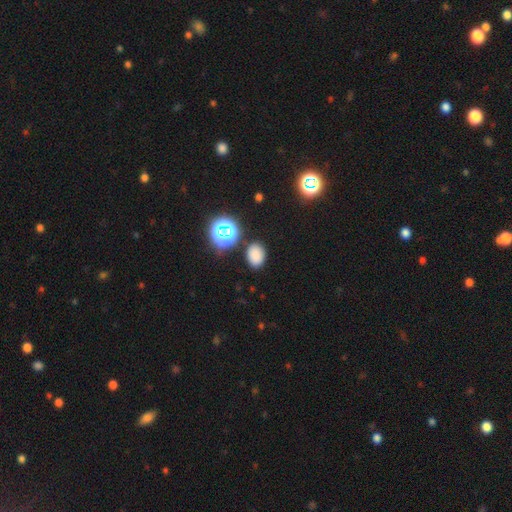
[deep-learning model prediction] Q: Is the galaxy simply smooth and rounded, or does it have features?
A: smooth — 77%.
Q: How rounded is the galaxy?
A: in between — 73%.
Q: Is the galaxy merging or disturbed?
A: none — 83%.